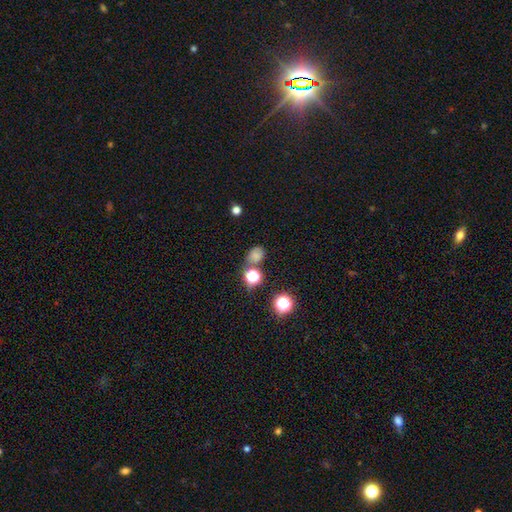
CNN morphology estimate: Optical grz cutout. It shows a smooth galaxy with no disk features (70%) that is in between round and cigar-shaped (53%). Merging: none (68%).